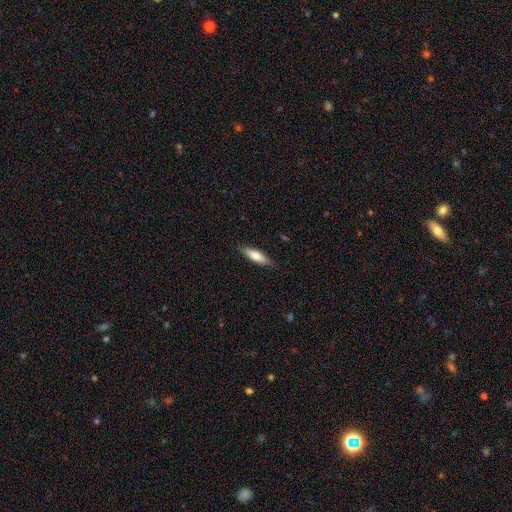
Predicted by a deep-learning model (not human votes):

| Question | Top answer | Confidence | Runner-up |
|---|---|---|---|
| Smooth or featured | smooth | 71% | featured or disk (23%) |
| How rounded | cigar-shaped | 58% | in between (40%) |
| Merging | none | 86% | minor disturbance (11%) |